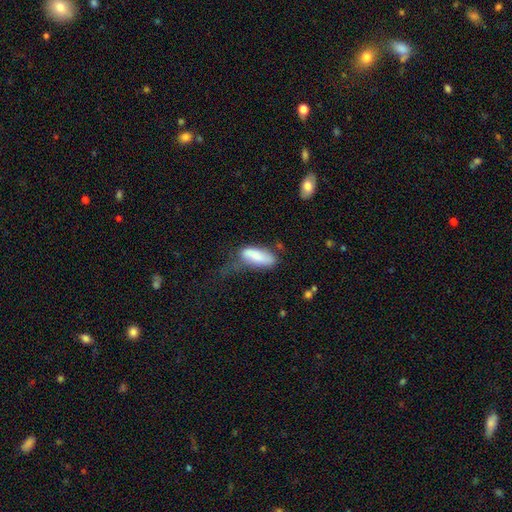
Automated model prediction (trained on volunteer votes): Smooth or featured?
  - smooth: 78% *
  - featured or disk: 15%
  - star or artifact: 7%
How rounded?
  - in between: 72% *
  - cigar-shaped: 25%
  - round: 2%
Merging?
  - minor disturbance: 35% *
  - none: 30%
  - major disturbance: 29%
  - merger: 7%